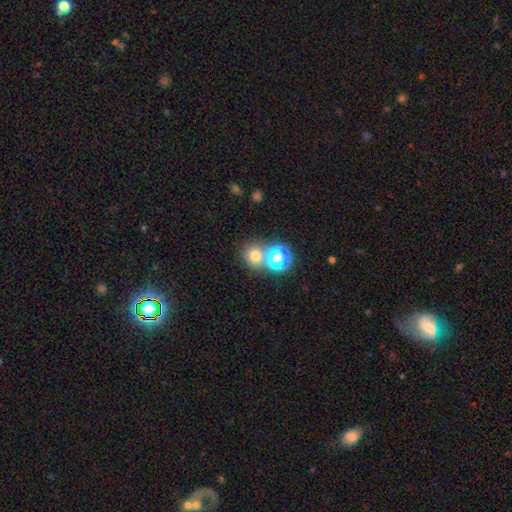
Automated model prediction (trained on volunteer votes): Smooth or featured? Predicted: smooth (p=0.72). How rounded? Predicted: round (p=0.86). Merging? Predicted: none (p=0.61).